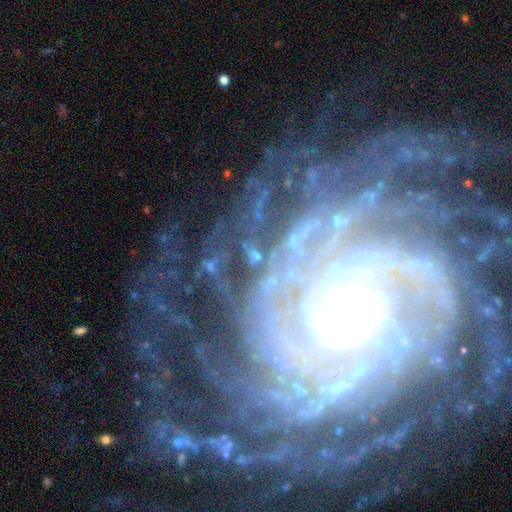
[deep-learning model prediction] A featured or disk galaxy (58%) with no bar (56%), spiral arms (79%) and a small central bulge (56%).

Vote fractions:
- Smooth or featured? featured or disk: 58% / star or artifact: 28% / smooth: 14%
- Edge-on disk? no: 94% / yes: 6%
- Bar? no: 56% / weak: 24% / strong: 20%
- Spiral arms? yes: 79% / no: 21%
- Bulge size? small: 56% / moderate: 19% / none: 17% / large: 5% / dominant: 3%
- Merging? none: 53% / major disturbance: 21% / minor disturbance: 17% / merger: 8%